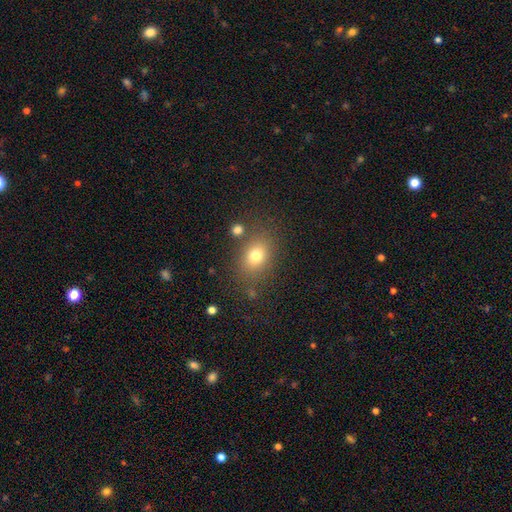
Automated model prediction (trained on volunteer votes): A smooth galaxy with no disk features (75%) that is in between round and cigar-shaped (62%). Merging: none (78%).